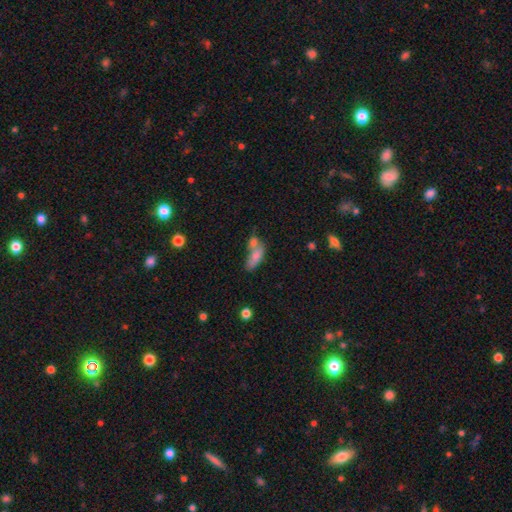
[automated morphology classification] Smooth or featured?
  - smooth: 74% *
  - featured or disk: 17%
  - star or artifact: 9%
How rounded?
  - in between: 68% *
  - cigar-shaped: 26%
  - round: 6%
Merging?
  - merger: 50% *
  - none: 29%
  - minor disturbance: 13%
  - major disturbance: 8%